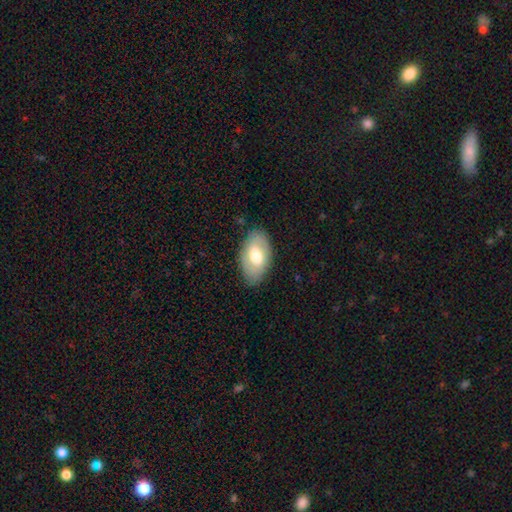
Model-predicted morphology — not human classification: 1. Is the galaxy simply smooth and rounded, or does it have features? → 61% smooth, 33% featured or disk, 6% star or artifact.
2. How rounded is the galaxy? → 94% in between, 4% round, 2% cigar-shaped.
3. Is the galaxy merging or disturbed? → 80% none, 15% minor disturbance, 4% major disturbance, 1% merger.